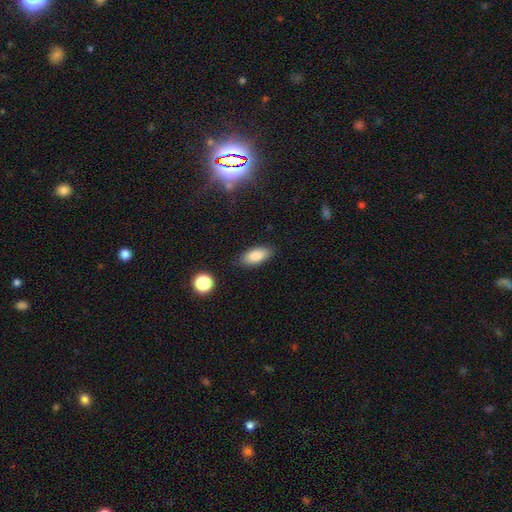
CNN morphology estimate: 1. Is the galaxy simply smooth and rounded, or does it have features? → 84% smooth, 8% featured or disk, 8% star or artifact.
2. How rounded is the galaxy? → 87% in between, 10% cigar-shaped, 3% round.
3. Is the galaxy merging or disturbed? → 84% none, 11% minor disturbance, 3% major disturbance, 2% merger.